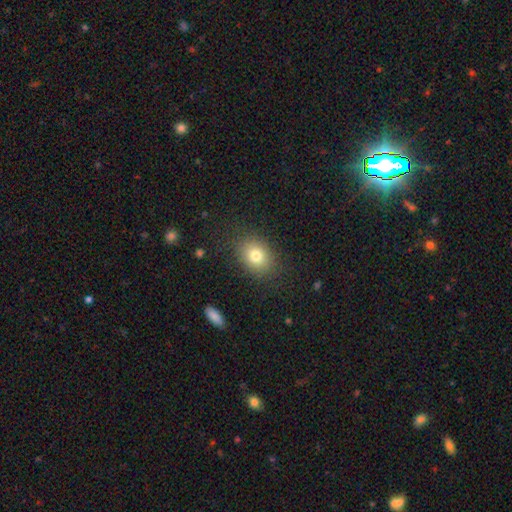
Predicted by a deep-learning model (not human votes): A smooth galaxy with no disk features (78%) that is in between round and cigar-shaped (57%).

Vote fractions:
- Smooth or featured? smooth: 78% / star or artifact: 11% / featured or disk: 11%
- How rounded? in between: 57% / round: 42% / cigar-shaped: 1%
- Merging? none: 84% / minor disturbance: 10% / major disturbance: 4% / merger: 1%